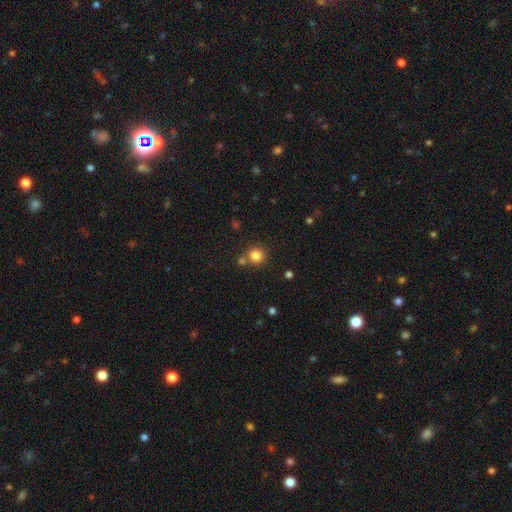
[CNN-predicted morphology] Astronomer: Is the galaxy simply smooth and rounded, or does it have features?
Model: smooth — 82%.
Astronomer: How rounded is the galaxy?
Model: round — 93%.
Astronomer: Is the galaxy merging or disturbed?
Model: none — 73%.